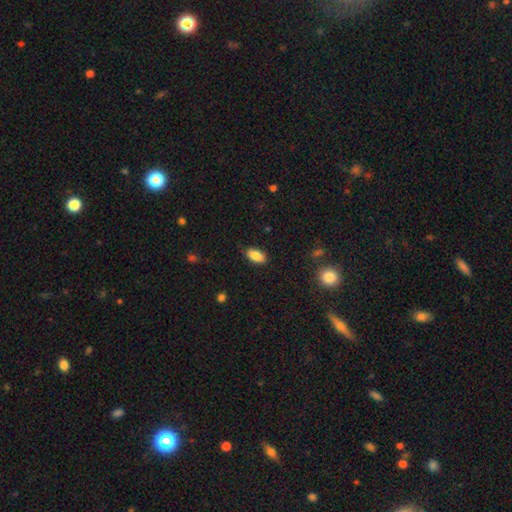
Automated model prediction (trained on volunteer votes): Smooth or featured: smooth — 87% (star or artifact — 7%)
How rounded: in between — 92% (cigar-shaped — 5%)
Merging: none — 84% (minor disturbance — 12%)